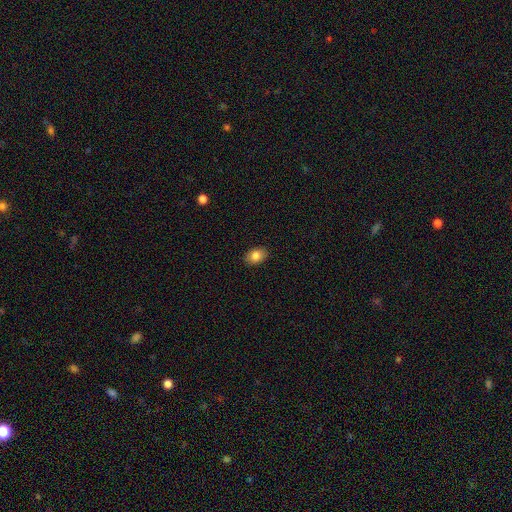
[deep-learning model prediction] A smooth galaxy with no disk features (83%) that is in between round and cigar-shaped (79%). Merging: none (89%).